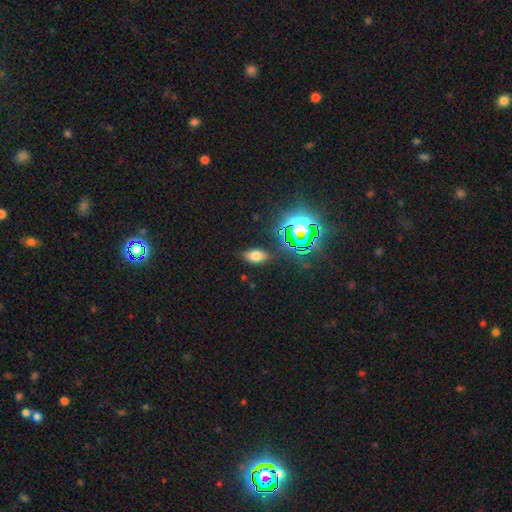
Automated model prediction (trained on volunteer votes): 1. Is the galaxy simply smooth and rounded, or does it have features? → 63% smooth, 26% star or artifact, 11% featured or disk.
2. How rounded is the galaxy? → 89% in between, 8% round, 4% cigar-shaped.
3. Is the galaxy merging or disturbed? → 84% none, 11% minor disturbance, 3% major disturbance, 2% merger.